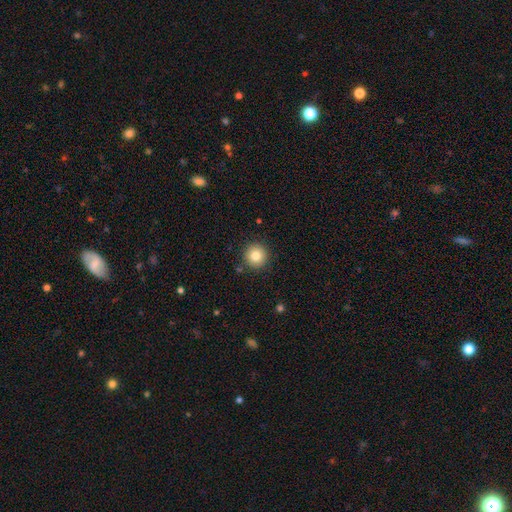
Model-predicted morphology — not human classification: smooth-or-featured: smooth: 82% | star or artifact: 10% | featured or disk: 8%
  how-rounded: round: 95% | in between: 4% | cigar-shaped: 1%
  merging: none: 89% | minor disturbance: 7% | major disturbance: 2% | merger: 2%